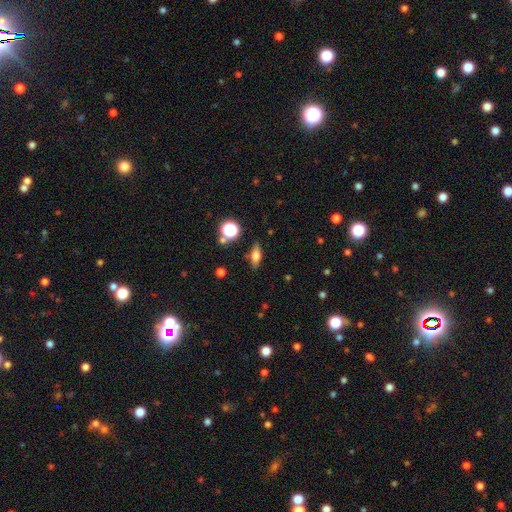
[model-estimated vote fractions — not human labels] Smooth or featured? Predicted: smooth (p=0.63). How rounded? Predicted: in between (p=0.65). Merging? Predicted: none (p=0.84).